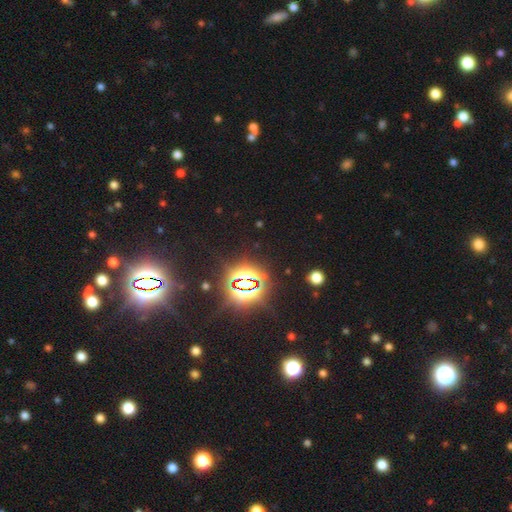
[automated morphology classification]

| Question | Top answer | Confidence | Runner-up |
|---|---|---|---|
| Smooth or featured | star or artifact | 81% | smooth (12%) |